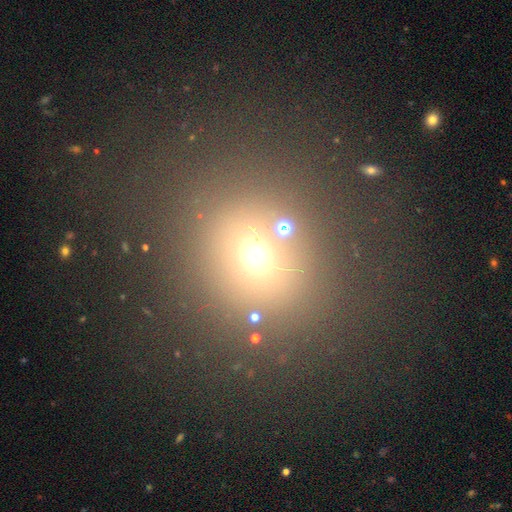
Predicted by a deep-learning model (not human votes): smooth_or_featured: smooth (p=0.62) [alt: star or artifact p=0.27]
how_rounded: round (p=0.78) [alt: in between p=0.21]
merging: none (p=0.73) [alt: minor disturbance p=0.10]